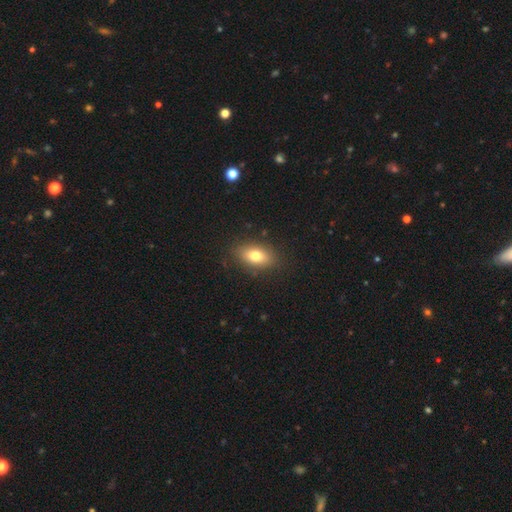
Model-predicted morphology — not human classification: Smooth or featured: smooth — 76% (featured or disk — 15%)
How rounded: in between — 84% (round — 12%)
Merging: none — 85% (minor disturbance — 10%)